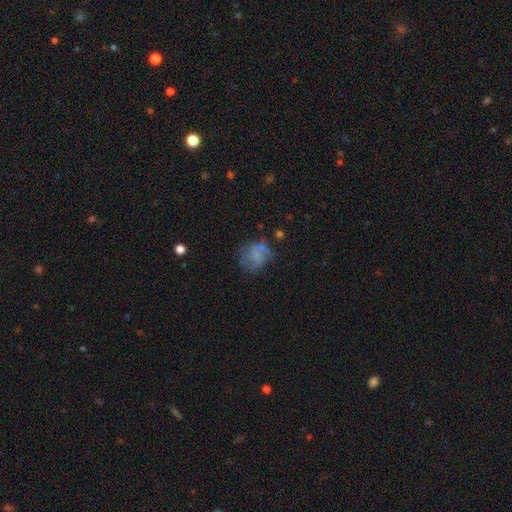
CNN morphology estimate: Smooth or featured? smooth (52%)
How rounded? round (60%)
Merging? none (49%)